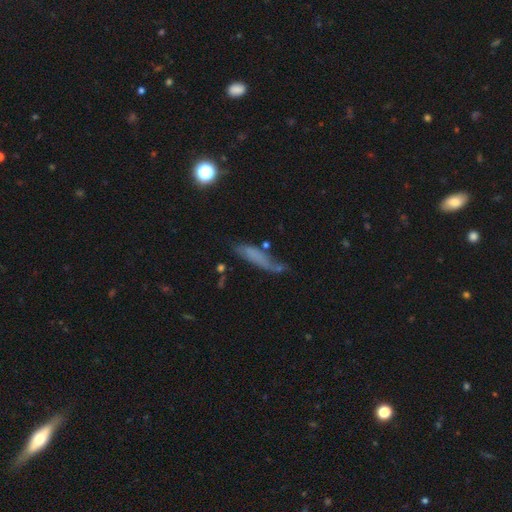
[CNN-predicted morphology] smooth_or_featured: smooth (p=0.61) [alt: featured or disk p=0.27]
how_rounded: cigar-shaped (p=0.71) [alt: in between p=0.26]
merging: none (p=0.45) [alt: minor disturbance p=0.28]